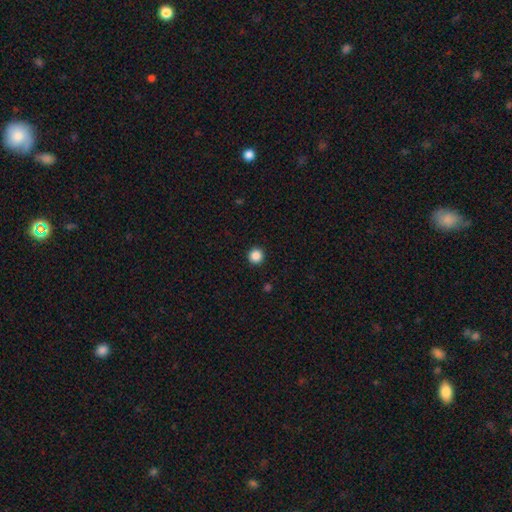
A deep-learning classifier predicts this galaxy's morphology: Smooth or featured? Predicted: smooth (p=0.87). How rounded? Predicted: round (p=0.95). Merging? Predicted: none (p=0.93).